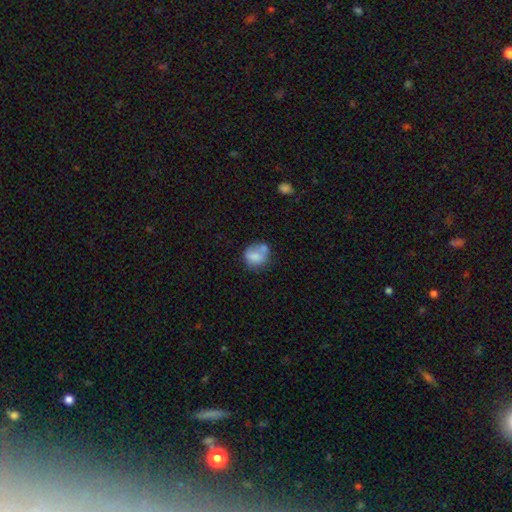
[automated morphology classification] Smooth or featured?
  - smooth: 70% *
  - featured or disk: 21%
  - star or artifact: 8%
How rounded?
  - round: 71% *
  - in between: 28%
  - cigar-shaped: 1%
Merging?
  - none: 40% *
  - merger: 28%
  - minor disturbance: 21%
  - major disturbance: 10%